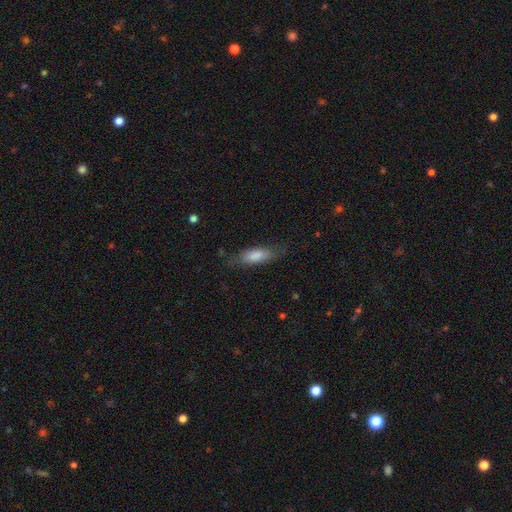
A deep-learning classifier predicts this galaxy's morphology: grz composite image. It shows a smooth galaxy with no disk features (79%) that is in between round and cigar-shaped (62%). Merging: none (73%).